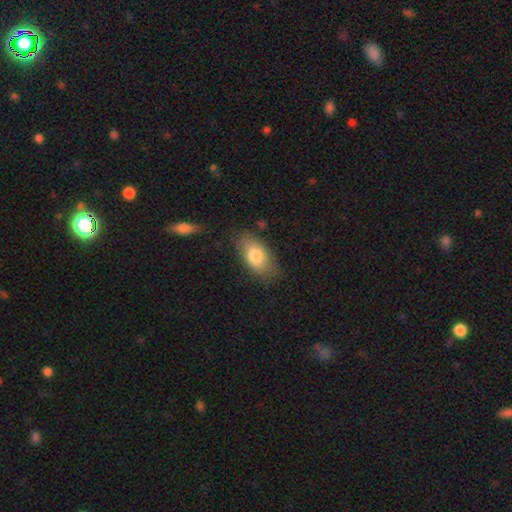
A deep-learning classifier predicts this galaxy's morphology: Smooth or featured? smooth (77%)
How rounded? in between (91%)
Merging? none (77%)